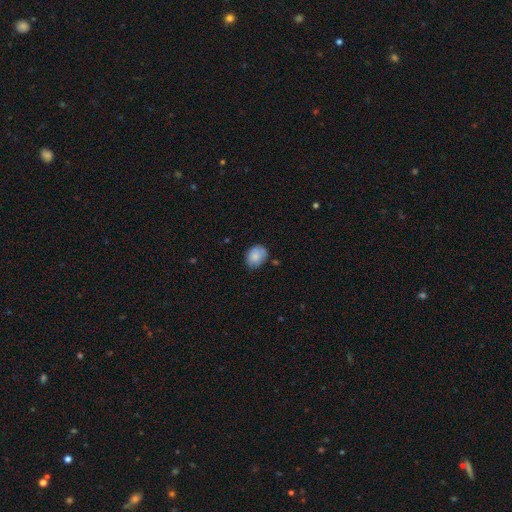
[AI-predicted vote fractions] Smooth or featured? Predicted: smooth (p=0.84). How rounded? Predicted: in between (p=0.56). Merging? Predicted: none (p=0.70).